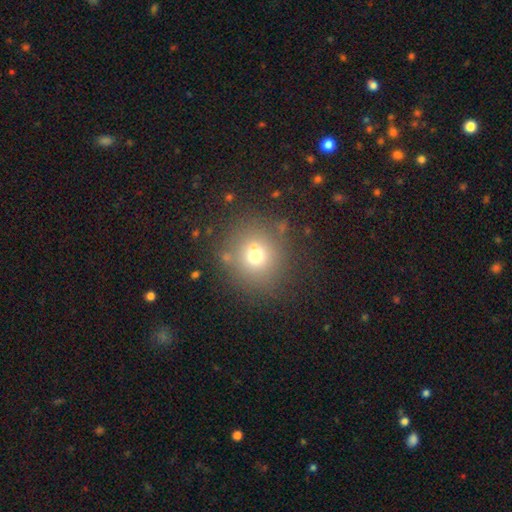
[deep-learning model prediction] Smooth or featured? smooth (65%)
How rounded? round (91%)
Merging? none (67%)